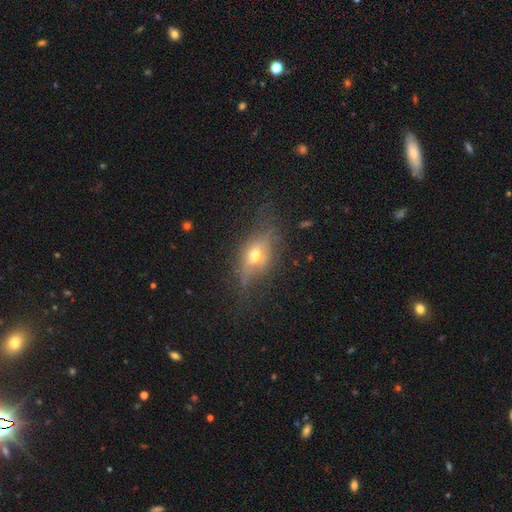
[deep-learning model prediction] Overall: featured or disk (44%; smooth 42%). Merging: none (63%).